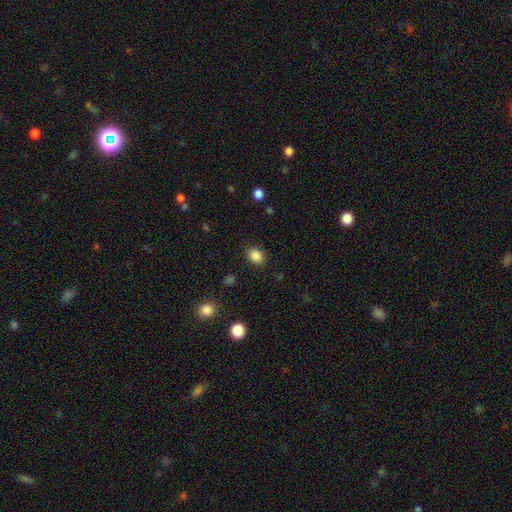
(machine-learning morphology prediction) A smooth galaxy with no disk features (86%) that is in between round and cigar-shaped (60%).

Vote fractions:
- Smooth or featured? smooth: 86% / star or artifact: 10% / featured or disk: 4%
- How rounded? in between: 60% / round: 39% / cigar-shaped: 1%
- Merging? none: 87% / minor disturbance: 9% / major disturbance: 3% / merger: 1%